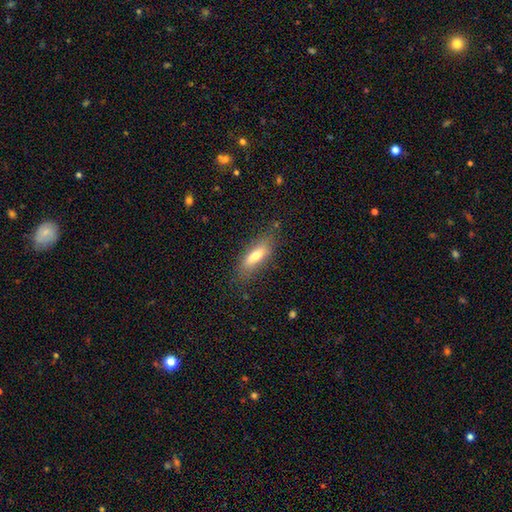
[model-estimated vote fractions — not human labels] This is likely a smooth galaxy (65%). How rounded: possibly in between (58%). Merging: likely none (75%).